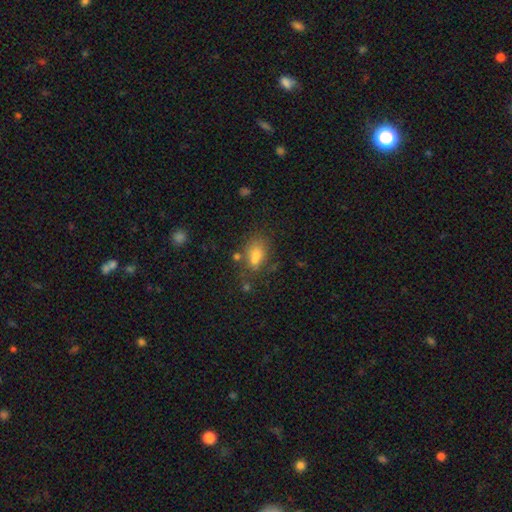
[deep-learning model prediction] Smooth or featured? Predicted: smooth (p=0.70). How rounded? Predicted: in between (p=0.74). Merging? Predicted: none (p=0.51).